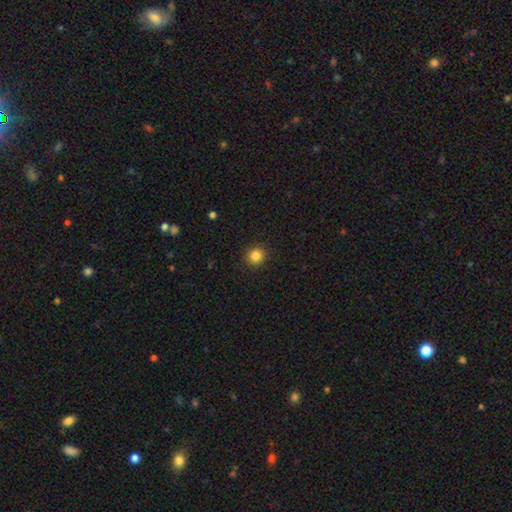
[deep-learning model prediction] This is clearly a smooth galaxy (85%). How rounded: clearly round (91%). Merging: clearly none (92%).